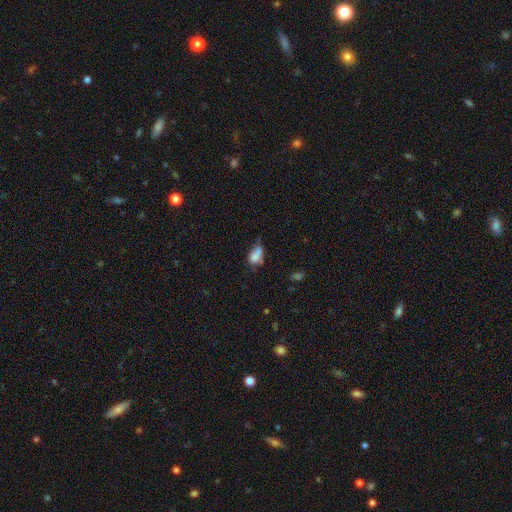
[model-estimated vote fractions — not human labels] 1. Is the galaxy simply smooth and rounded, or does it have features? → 77% smooth, 13% featured or disk, 11% star or artifact.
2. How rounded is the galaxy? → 83% in between, 13% round, 3% cigar-shaped.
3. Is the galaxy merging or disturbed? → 35% minor disturbance, 29% none, 19% major disturbance, 17% merger.